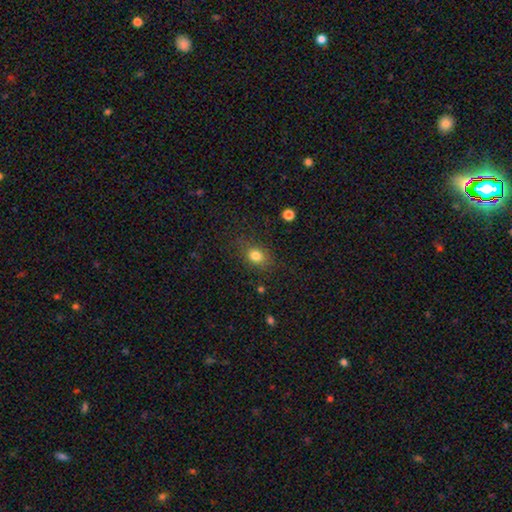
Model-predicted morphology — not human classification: Q: Smooth or featured?
A: smooth (81%); runner-up: star or artifact (12%)
Q: How rounded?
A: in between (57%); runner-up: round (42%)
Q: Merging?
A: none (80%); runner-up: minor disturbance (13%)